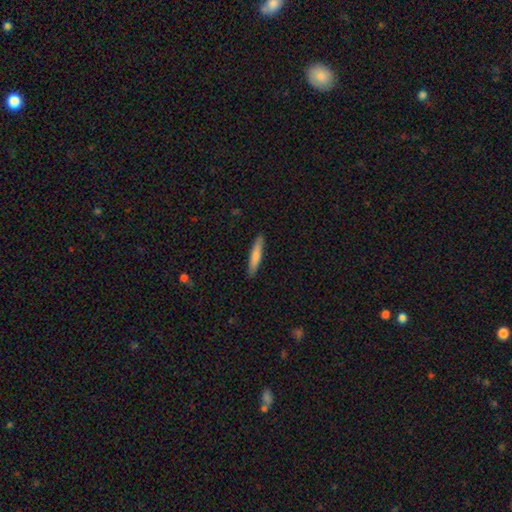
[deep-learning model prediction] The model was most divided on "smooth or featured": smooth: 76%, featured or disk: 19%, star or artifact: 5%. More confident: how rounded — cigar-shaped (91%); merging — none (90%).